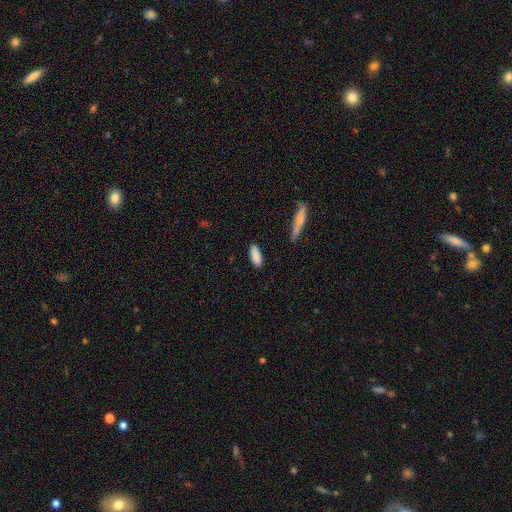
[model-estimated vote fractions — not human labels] This is clearly a smooth galaxy (87%). How rounded: likely in between (70%). Merging: clearly none (85%).